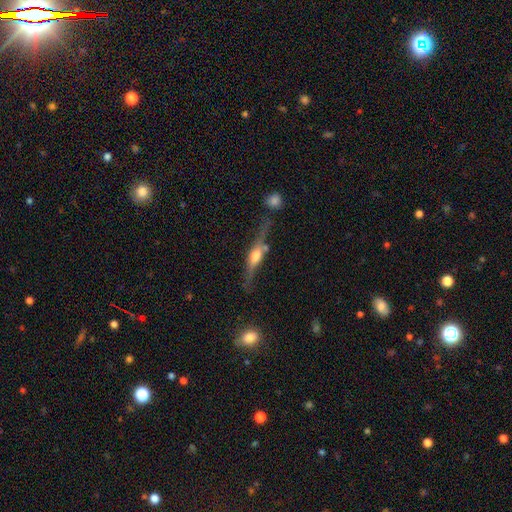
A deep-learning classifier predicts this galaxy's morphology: smooth_or_featured: featured or disk (p=0.70) [alt: smooth p=0.23]
disk_edge_on: yes (p=0.93) [alt: no p=0.07]
edge_on_bulge: rounded (p=0.82) [alt: boxy p=0.14]
merging: none (p=0.64) [alt: minor disturbance p=0.19]